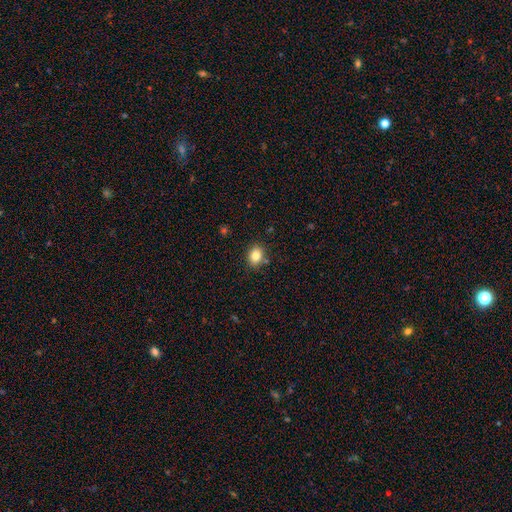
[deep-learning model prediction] smooth 84%, star or artifact 10%, featured or disk 7%. Down the decision tree: how rounded — in between (62%); merging — none (82%).